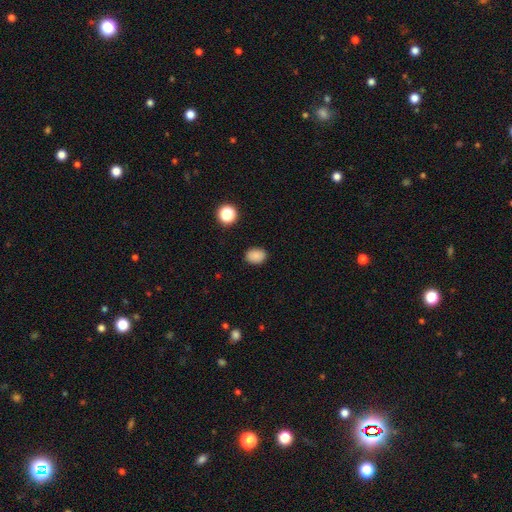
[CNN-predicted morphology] A smooth galaxy with no disk features (85%) that is in between round and cigar-shaped (66%).

Vote fractions:
- Smooth or featured? smooth: 85% / star or artifact: 11% / featured or disk: 4%
- How rounded? in between: 66% / round: 33% / cigar-shaped: 1%
- Merging? none: 88% / minor disturbance: 9% / major disturbance: 2% / merger: 1%